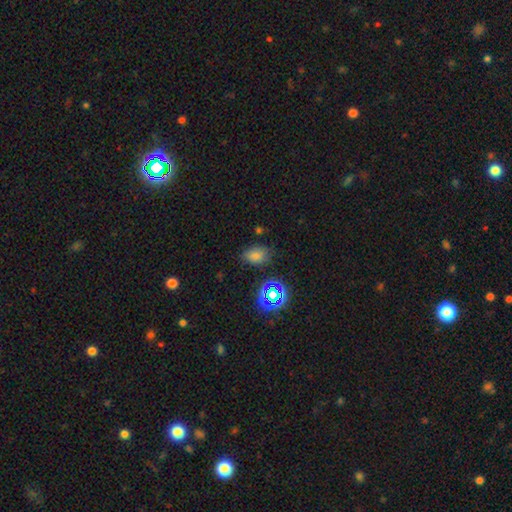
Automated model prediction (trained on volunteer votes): Morphology: type=smooth (70%); roundness=in between (81%); merging=none (74%).